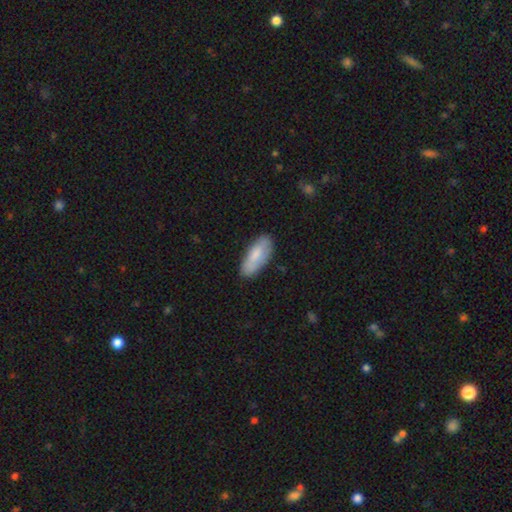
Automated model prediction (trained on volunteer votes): Smooth or featured? Predicted: smooth (p=0.76). How rounded? Predicted: in between (p=0.80). Merging? Predicted: none (p=0.77).